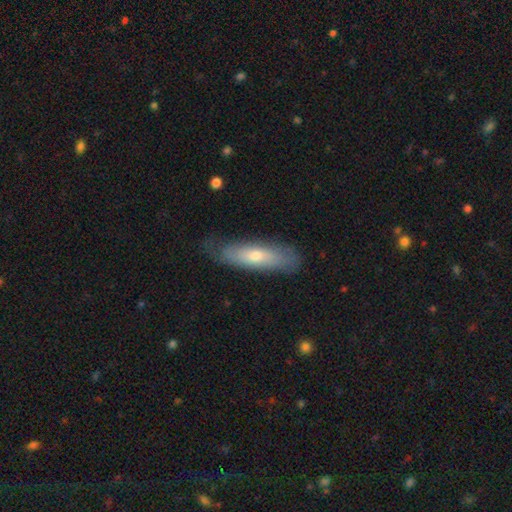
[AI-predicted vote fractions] A smooth galaxy with no disk features (59%) that is cigar-shaped (58%).

Vote fractions:
- Smooth or featured? smooth: 59% / featured or disk: 35% / star or artifact: 6%
- How rounded? cigar-shaped: 58% / in between: 40% / round: 2%
- Merging? none: 71% / minor disturbance: 21% / major disturbance: 6% / merger: 1%